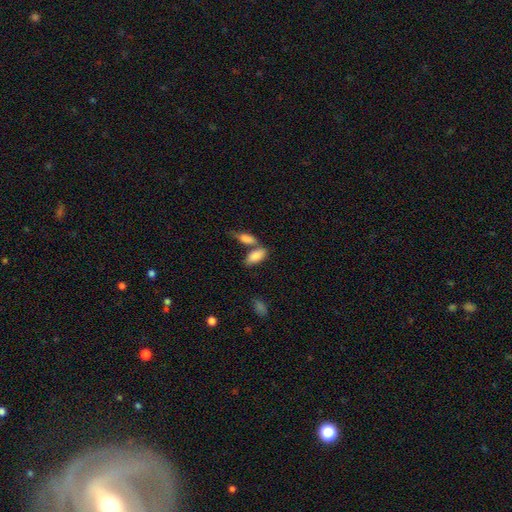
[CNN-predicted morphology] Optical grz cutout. It shows a smooth galaxy with no disk features (85%) that is in between round and cigar-shaped (88%). Merging: none (47%).